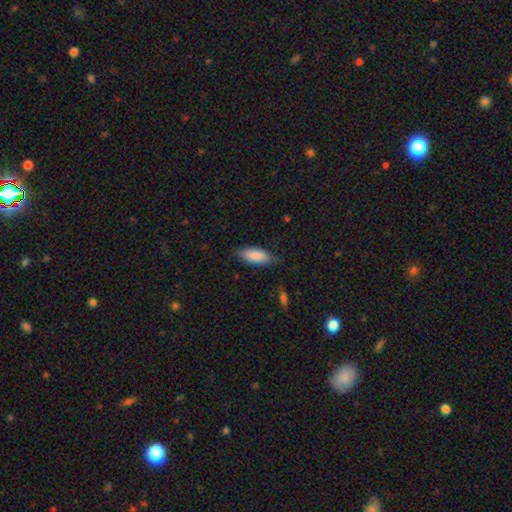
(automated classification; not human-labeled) smooth 87%, featured or disk 7%, star or artifact 6%. Down the decision tree: how rounded — in between (86%); merging — none (72%).